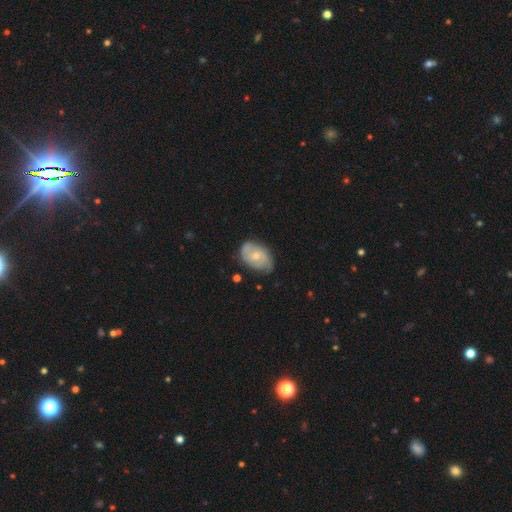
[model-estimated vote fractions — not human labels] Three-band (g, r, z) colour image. It shows a featured or disk galaxy (60%) with no bar (69%), spiral arms (82%) and a small central bulge (50%). Merging: none (61%).